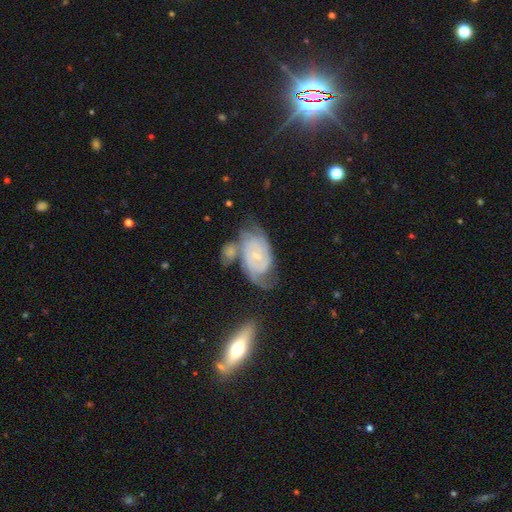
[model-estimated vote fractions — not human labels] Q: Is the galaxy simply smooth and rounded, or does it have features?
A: featured or disk — 82%.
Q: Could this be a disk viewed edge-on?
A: no — 96%.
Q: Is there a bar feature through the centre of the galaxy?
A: no — 57%.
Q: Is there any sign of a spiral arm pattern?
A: yes — 95%.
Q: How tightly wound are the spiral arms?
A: tight — 61%.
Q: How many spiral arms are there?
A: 2 — 53%.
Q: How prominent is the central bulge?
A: small — 74%.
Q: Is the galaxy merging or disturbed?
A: none — 48%.